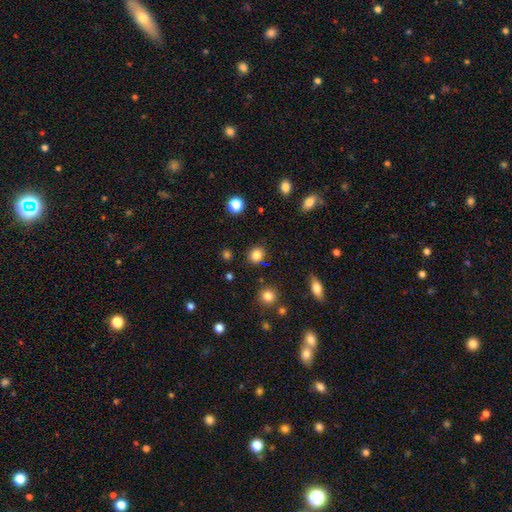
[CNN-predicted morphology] Smooth or featured? Predicted: smooth (p=0.82). How rounded? Predicted: round (p=0.77). Merging? Predicted: none (p=0.86).